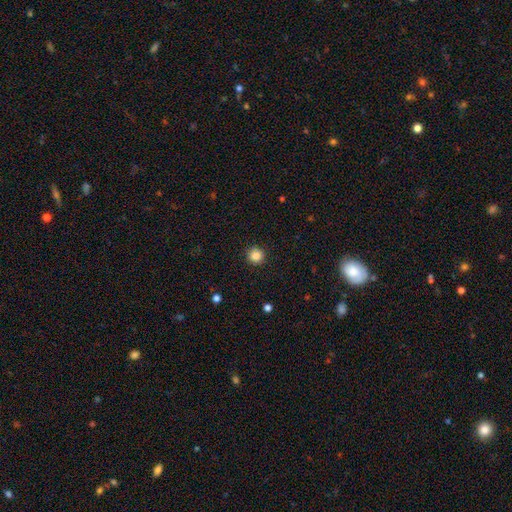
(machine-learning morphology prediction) smooth_or_featured: smooth (p=0.85) [alt: star or artifact p=0.11]
how_rounded: round (p=0.95) [alt: in between p=0.04]
merging: none (p=0.92) [alt: minor disturbance p=0.05]